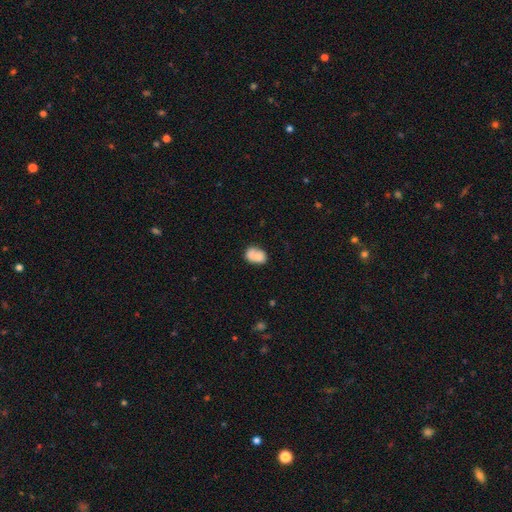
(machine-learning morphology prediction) Smooth or featured: smooth — 75% (featured or disk — 17%)
How rounded: in between — 74% (round — 24%)
Merging: none — 42% (merger — 28%)